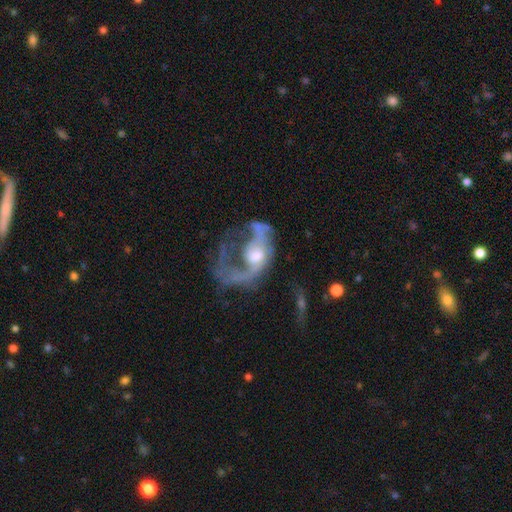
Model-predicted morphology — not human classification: This is likely a featured or disk galaxy (74%). It is clearly not viewed edge-on (95%). Bar: likely no (71%). Spiral arm pattern: possibly yes (58%). Central bulge: likely moderate (62%). Merging: likely major disturbance (60%).